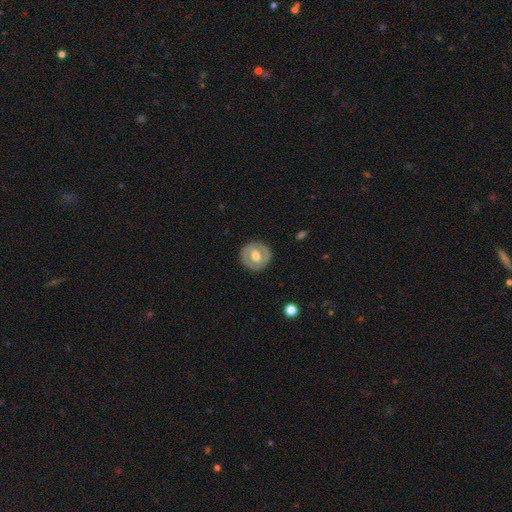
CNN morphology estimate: This appears to be a featured or disk galaxy (64%) with a weak bar (40%), no spiral arms (64%) and a moderate central bulge (65%). Merging: none (86%).